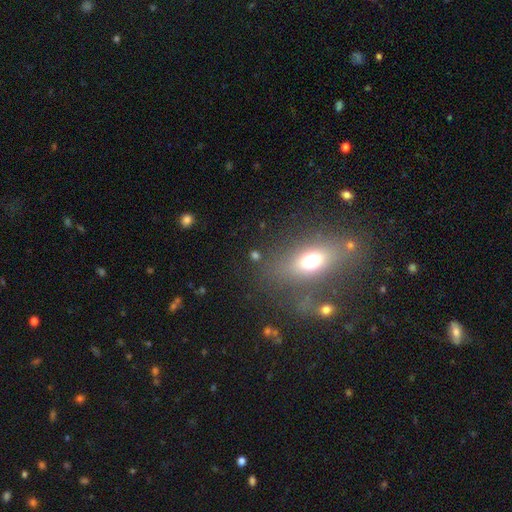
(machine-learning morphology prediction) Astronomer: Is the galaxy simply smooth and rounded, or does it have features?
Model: smooth — 55%.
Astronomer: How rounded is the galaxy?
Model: in between — 47% (runner-up: round, 46%).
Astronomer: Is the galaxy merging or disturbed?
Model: none — 71%.